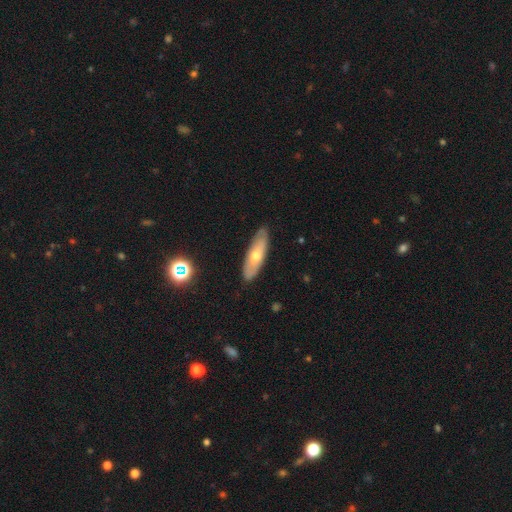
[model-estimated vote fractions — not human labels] Smooth or featured?
  - smooth: 48% *
  - featured or disk: 45%
  - star or artifact: 7%
Merging?
  - none: 85% *
  - minor disturbance: 12%
  - major disturbance: 2%
  - merger: 1%